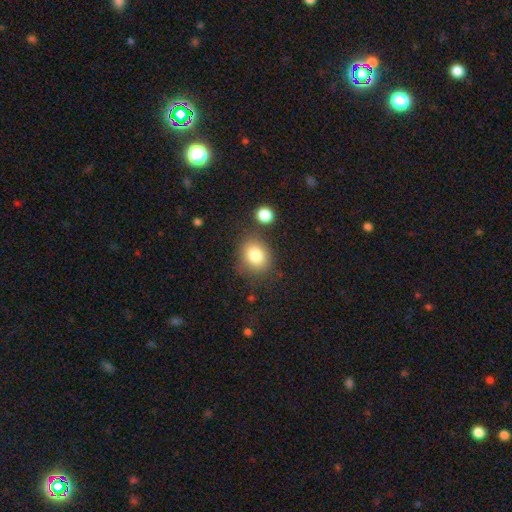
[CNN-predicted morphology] Q: Smooth or featured?
A: smooth (81%); runner-up: star or artifact (11%)
Q: How rounded?
A: round (63%); runner-up: in between (36%)
Q: Merging?
A: none (78%); runner-up: minor disturbance (12%)